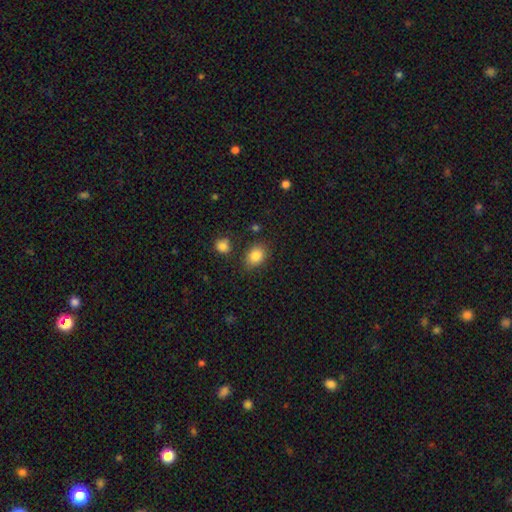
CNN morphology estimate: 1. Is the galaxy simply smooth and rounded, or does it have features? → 85% smooth, 9% star or artifact, 6% featured or disk.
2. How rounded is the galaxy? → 67% in between, 31% round, 1% cigar-shaped.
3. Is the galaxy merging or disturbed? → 79% none, 14% minor disturbance, 4% merger, 4% major disturbance.